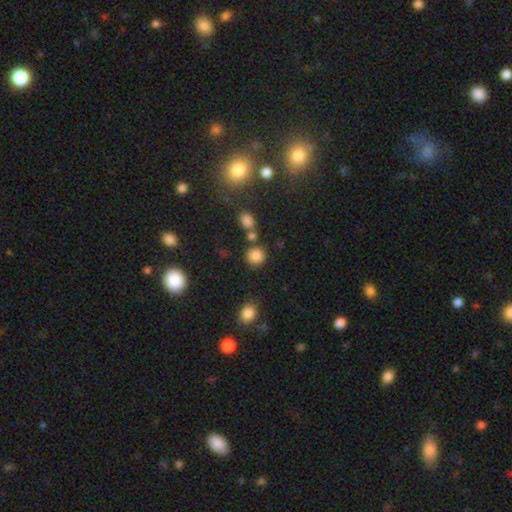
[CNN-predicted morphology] smooth 82%, star or artifact 13%, featured or disk 5%. Down the decision tree: how rounded — round (86%); merging — none (73%).